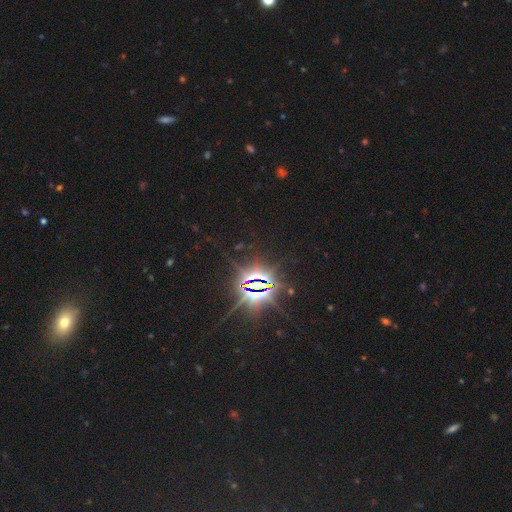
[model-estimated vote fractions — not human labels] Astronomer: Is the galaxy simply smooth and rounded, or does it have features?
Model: star or artifact — 82%.